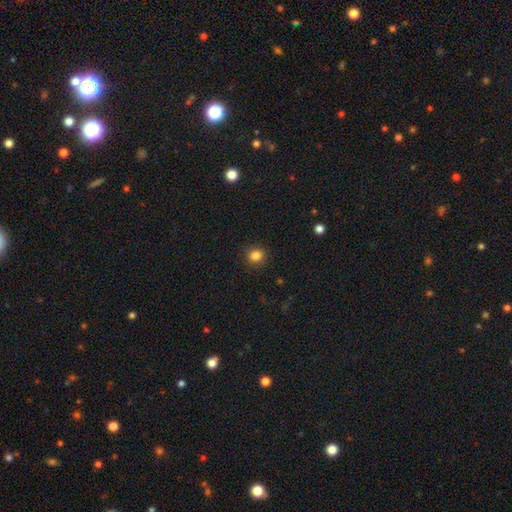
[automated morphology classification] Smooth or featured? smooth (84%)
How rounded? round (85%)
Merging? none (90%)